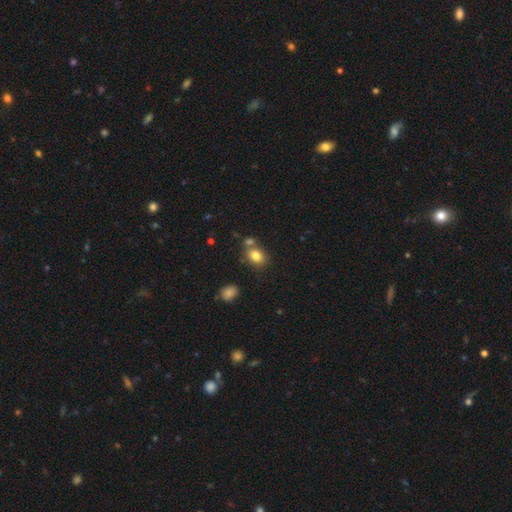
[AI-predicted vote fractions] A smooth galaxy with no disk features (81%) that is in between round and cigar-shaped (53%). Merging: none (64%).